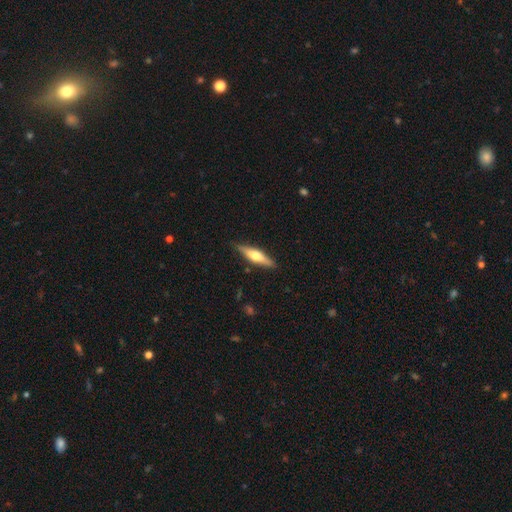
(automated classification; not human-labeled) Morphology: type=featured or disk (53%); edge-on=yes (94%); merging=none (87%).